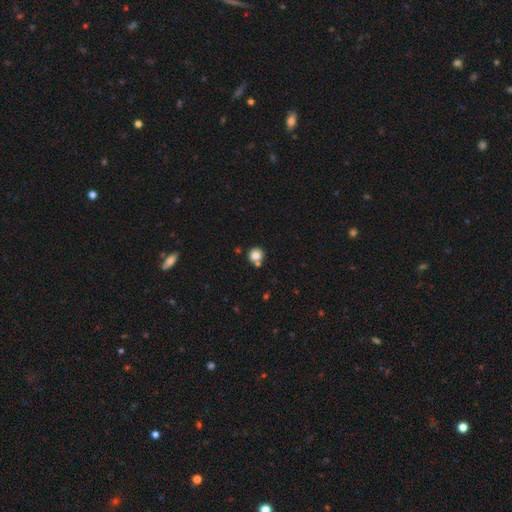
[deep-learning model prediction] This appears to be a smooth galaxy with no disk features (83%) that is round (90%). Merging: none (68%).